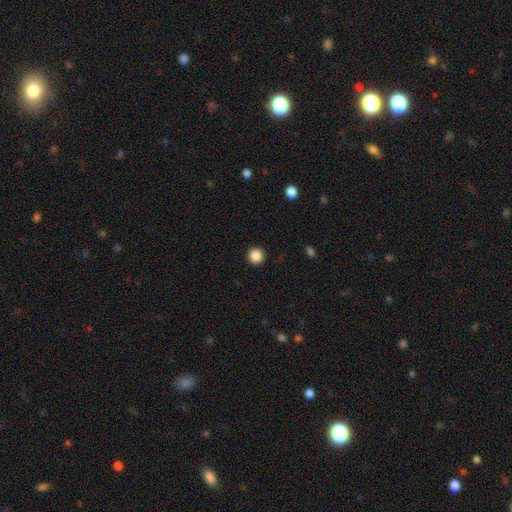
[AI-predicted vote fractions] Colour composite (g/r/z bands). It shows a smooth galaxy with no disk features (87%) that is round (95%). Merging: none (93%).